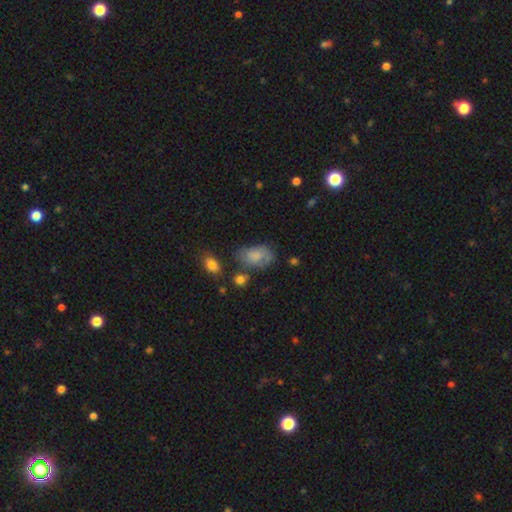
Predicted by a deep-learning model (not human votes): Smooth or featured? smooth (67%)
How rounded? in between (89%)
Merging? none (52%)